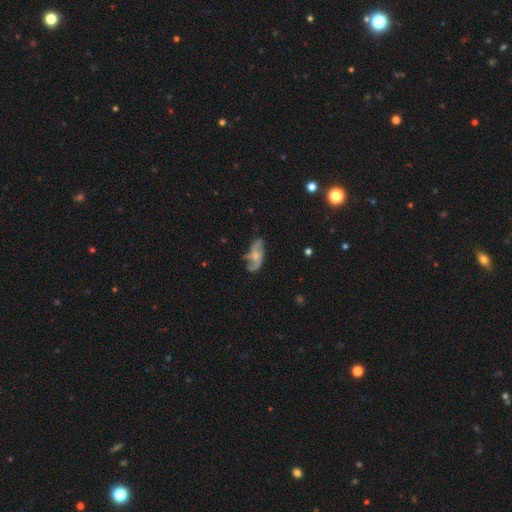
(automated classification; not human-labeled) Overall: featured or disk (70%). Edge-on disk: no (91%). Bar: no (70%). Spiral arms: yes (86%). Spiral arm count: 2 (74%). Spiral winding: loose (60%; medium 29%). Bulge size: small (55%; moderate 35%). Merging: none (53%; minor disturbance 27%).